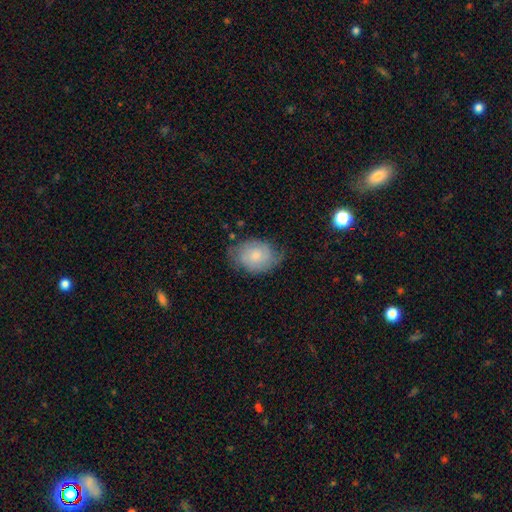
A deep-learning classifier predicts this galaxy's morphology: smooth_or_featured: smooth (p=0.64) [alt: featured or disk p=0.29]
how_rounded: in between (p=0.67) [alt: round p=0.32]
merging: none (p=0.62) [alt: minor disturbance p=0.29]